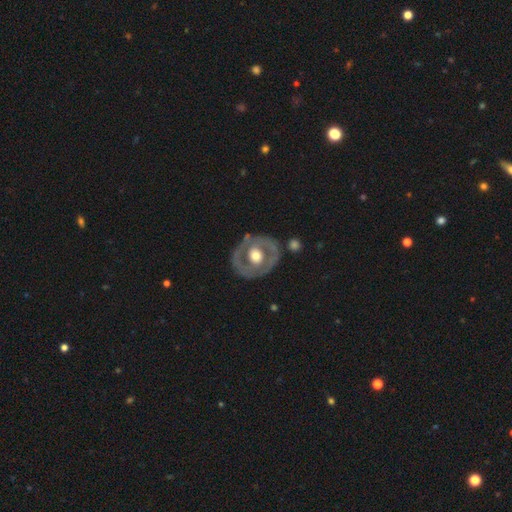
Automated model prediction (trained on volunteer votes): smooth-or-featured: featured or disk: 67% | smooth: 29% | star or artifact: 5%
  disk-edge-on: no: 95% | yes: 5%
    bar: no: 76% | weak: 17% | strong: 7%
    has-spiral-arms: no: 72% | yes: 28%
    bulge-size: moderate: 60% | large: 33% | small: 5% | dominant: 2% | none: 1%
  merging: none: 75% | minor disturbance: 15% | major disturbance: 7% | merger: 3%